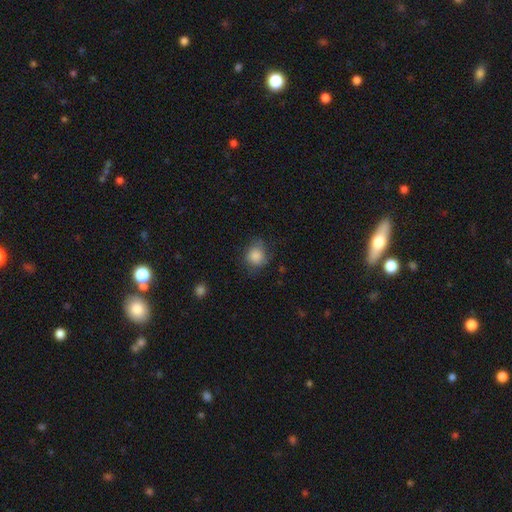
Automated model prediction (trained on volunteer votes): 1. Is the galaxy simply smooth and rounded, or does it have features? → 84% smooth, 9% star or artifact, 7% featured or disk.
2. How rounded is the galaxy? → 78% round, 21% in between, 1% cigar-shaped.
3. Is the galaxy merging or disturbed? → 64% none, 25% minor disturbance, 9% major disturbance, 2% merger.